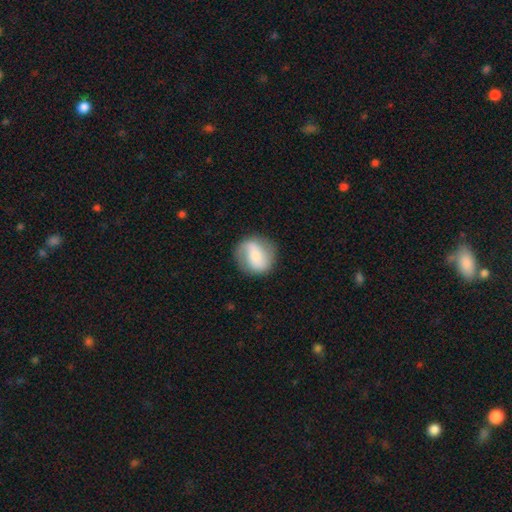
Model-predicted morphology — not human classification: Smooth or featured?
  - featured or disk: 54% *
  - smooth: 38%
  - star or artifact: 7%
Edge-on disk?
  - no: 96% *
  - yes: 4%
Bar?
  - no: 36% * (tied)
  - weak: 36% * (tied)
  - strong: 27%
Spiral arms?
  - yes: 85% *
  - no: 15%
Bulge size?
  - small: 48% *
  - moderate: 35%
  - none: 7%
  - large: 7%
  - dominant: 3%
Merging?
  - none: 79% *
  - minor disturbance: 14%
  - major disturbance: 5%
  - merger: 1%